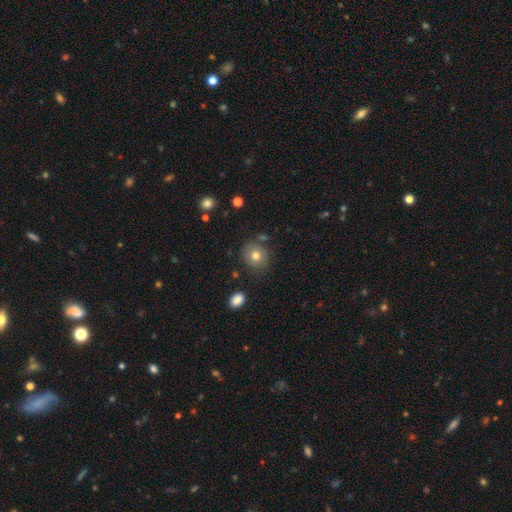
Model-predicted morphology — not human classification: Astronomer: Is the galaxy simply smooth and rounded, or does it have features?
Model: smooth — 75%.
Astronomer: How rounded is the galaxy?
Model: round — 80%.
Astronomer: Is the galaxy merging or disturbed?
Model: none — 78%.